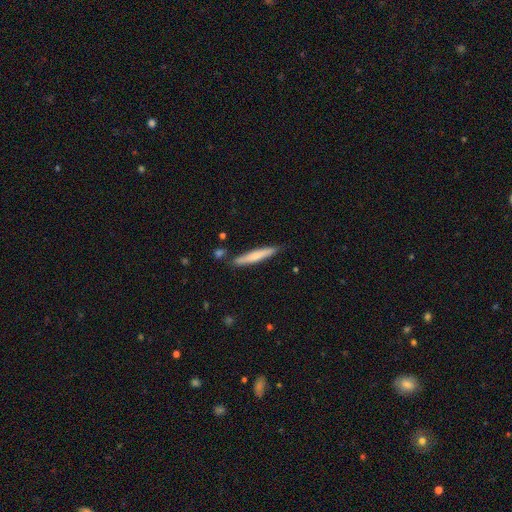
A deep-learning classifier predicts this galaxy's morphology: The model was most divided on "smooth or featured": smooth: 65%, featured or disk: 30%, star or artifact: 5%. More confident: how rounded — cigar-shaped (93%); merging — none (83%).